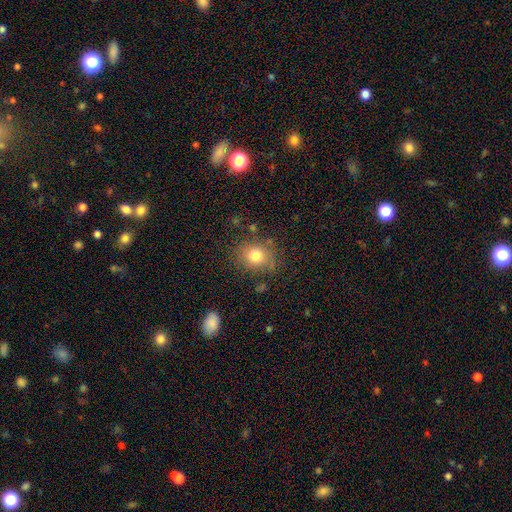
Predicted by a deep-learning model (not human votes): This appears to be a smooth galaxy with no disk features (79%) that is round (64%). Merging: none (76%).